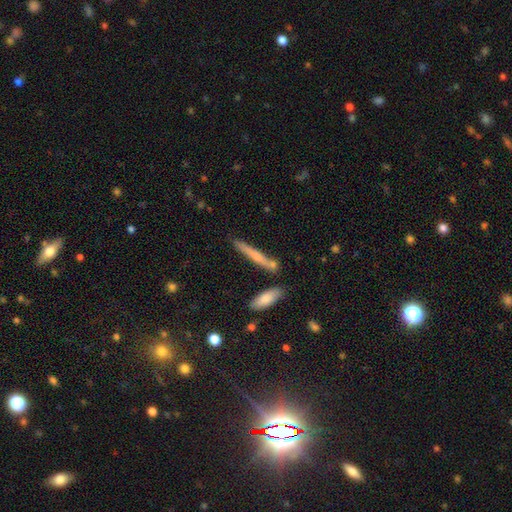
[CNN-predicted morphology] This is possibly a smooth galaxy (57%). How rounded: clearly cigar-shaped (94%). Merging: likely none (75%).